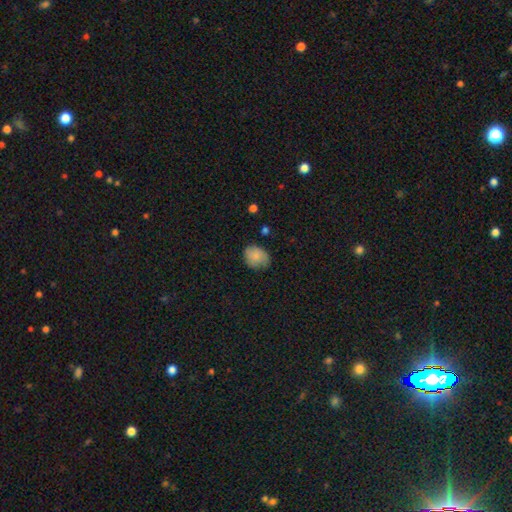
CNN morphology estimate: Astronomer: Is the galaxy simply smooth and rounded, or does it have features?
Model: smooth — 79%.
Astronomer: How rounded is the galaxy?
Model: in between — 51% (runner-up: round, 48%).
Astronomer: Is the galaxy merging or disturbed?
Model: none — 66%.